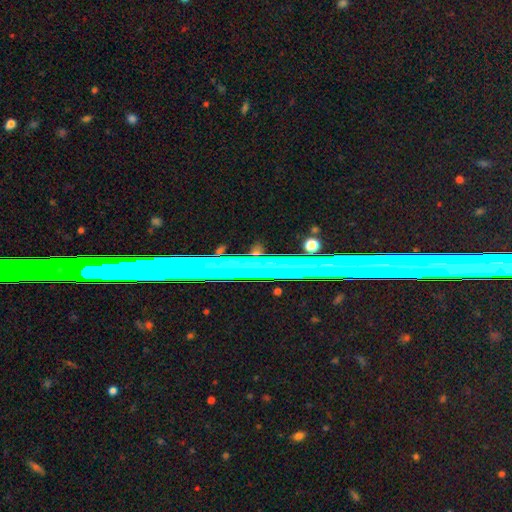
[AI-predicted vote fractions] smooth_or_featured: star or artifact (p=0.72) [alt: featured or disk p=0.18]